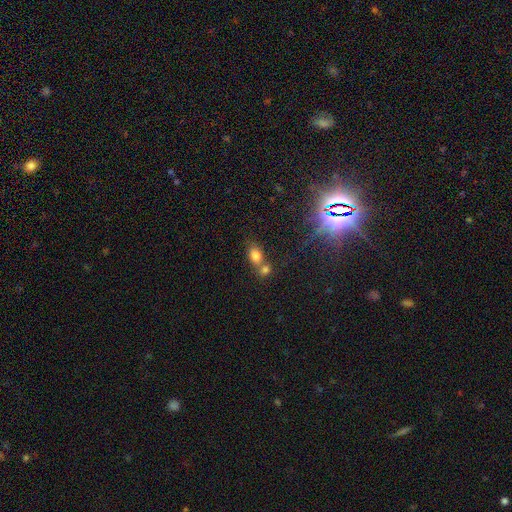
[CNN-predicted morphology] Overall: smooth (76%). How rounded: in between (73%). Merging: merger (47%; none 39%).